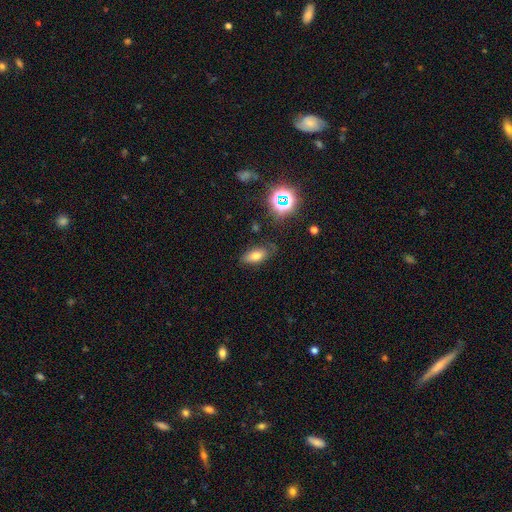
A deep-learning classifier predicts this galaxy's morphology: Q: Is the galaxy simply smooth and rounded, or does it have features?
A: smooth — 68%.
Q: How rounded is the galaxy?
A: in between — 87%.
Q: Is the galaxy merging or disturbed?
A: none — 74%.